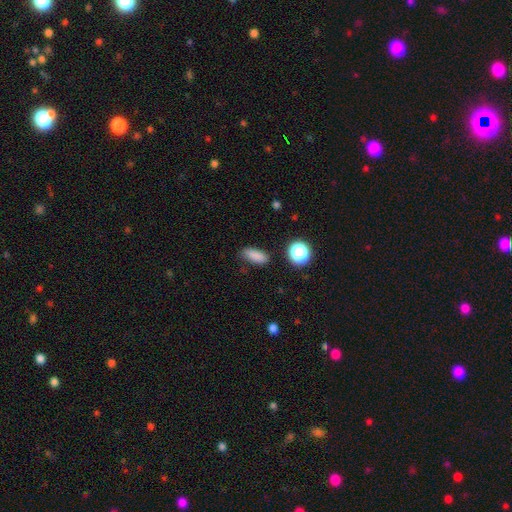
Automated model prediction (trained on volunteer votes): Q: Smooth or featured?
A: smooth (84%); runner-up: star or artifact (11%)
Q: How rounded?
A: in between (73%); runner-up: cigar-shaped (20%)
Q: Merging?
A: none (80%); runner-up: minor disturbance (14%)